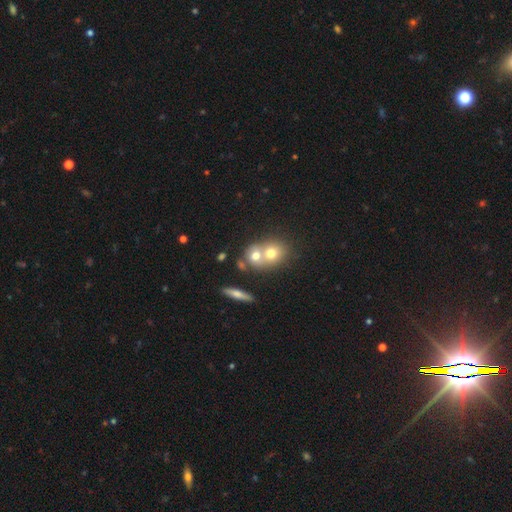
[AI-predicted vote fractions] Morphology: type=smooth (67%); roundness=round (67%); merging=merger (65%).